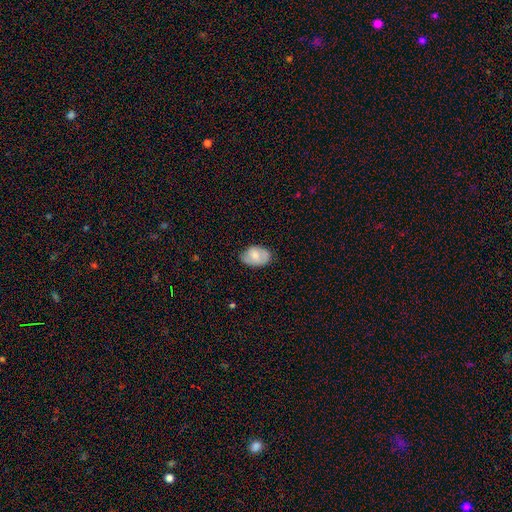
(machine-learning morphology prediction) This appears to be a smooth galaxy with no disk features (64%) that is in between round and cigar-shaped (84%). Merging: none (63%).